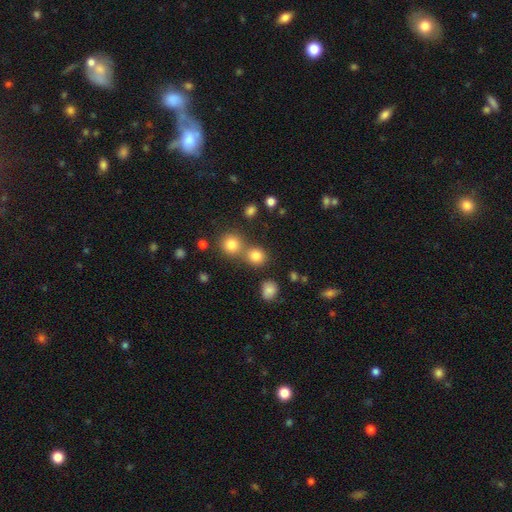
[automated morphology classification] This appears to be a smooth galaxy with no disk features (80%) that is round (83%). Merging: none (60%).